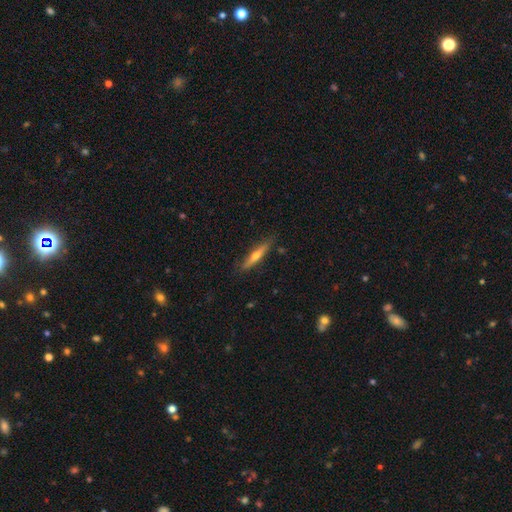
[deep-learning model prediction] smooth-or-featured: featured or disk: 47% (tied) | smooth: 47% (tied) | star or artifact: 6%
  merging: none: 86% | minor disturbance: 11% | major disturbance: 2% | merger: 1%